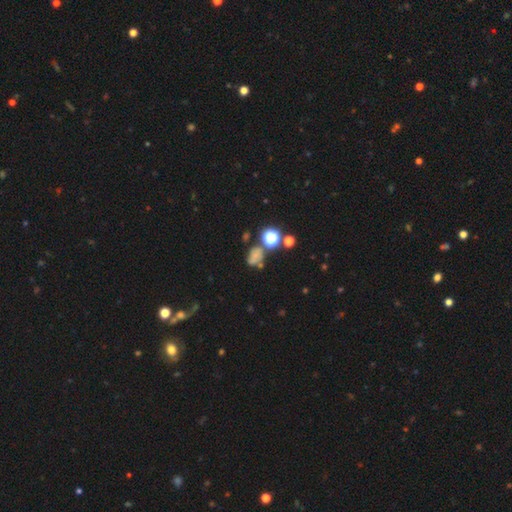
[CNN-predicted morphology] Q: Smooth or featured?
A: smooth (53%); runner-up: star or artifact (28%)
Q: How rounded?
A: in between (57%); runner-up: round (41%)
Q: Merging?
A: none (44%); runner-up: merger (22%)